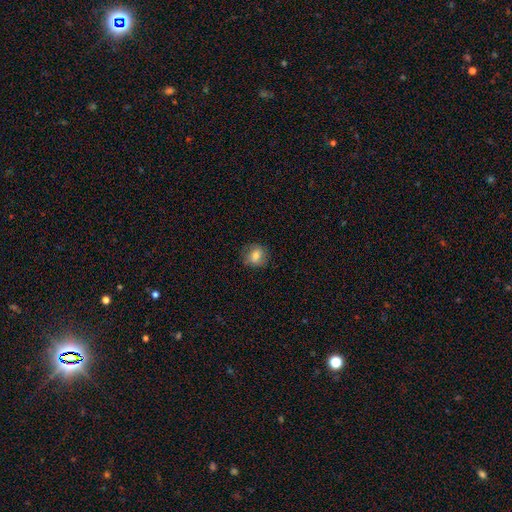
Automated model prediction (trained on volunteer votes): Smooth or featured?
  - smooth: 79% *
  - featured or disk: 12%
  - star or artifact: 10%
How rounded?
  - round: 78% *
  - in between: 21%
  - cigar-shaped: 1%
Merging?
  - none: 82% *
  - minor disturbance: 13%
  - major disturbance: 4%
  - merger: 1%